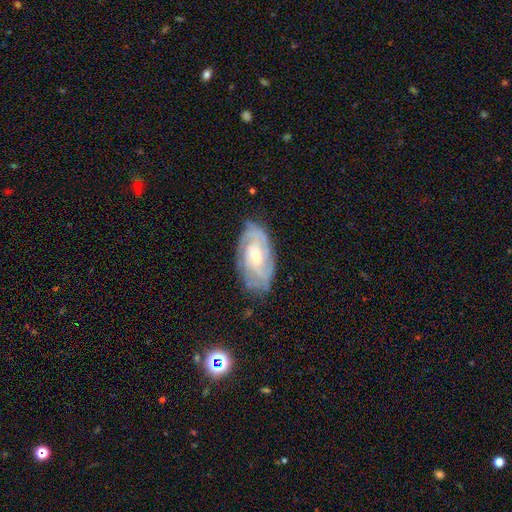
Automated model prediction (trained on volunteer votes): Smooth or featured? featured or disk (80%)
Edge-on disk? no (95%)
Bar? no (60%)
Spiral arms? yes (93%)
Spiral winding? tight (66%)
Spiral arm count? can't tell (34%)
Bulge size? small (50%)
Merging? none (75%)